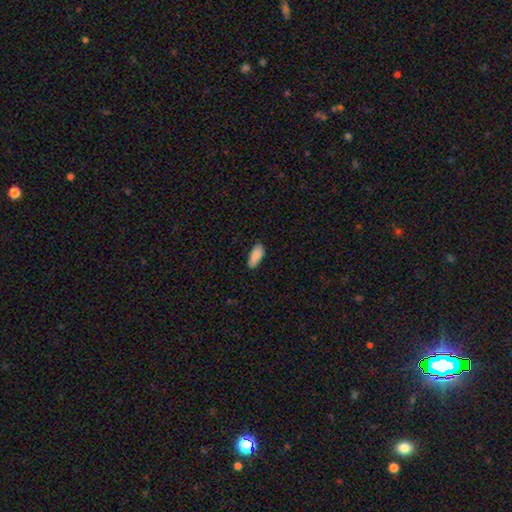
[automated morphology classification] Q: Smooth or featured?
A: smooth (89%); runner-up: star or artifact (7%)
Q: How rounded?
A: in between (84%); runner-up: cigar-shaped (14%)
Q: Merging?
A: none (83%); runner-up: minor disturbance (14%)